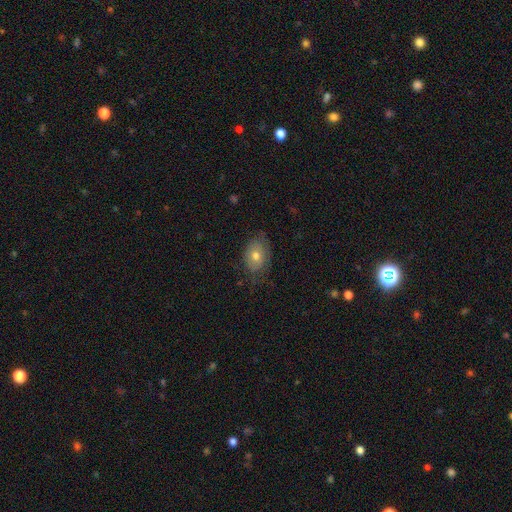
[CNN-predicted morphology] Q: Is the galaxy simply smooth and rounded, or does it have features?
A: smooth — 63%.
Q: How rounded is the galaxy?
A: in between — 76%.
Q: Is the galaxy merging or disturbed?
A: none — 65%.